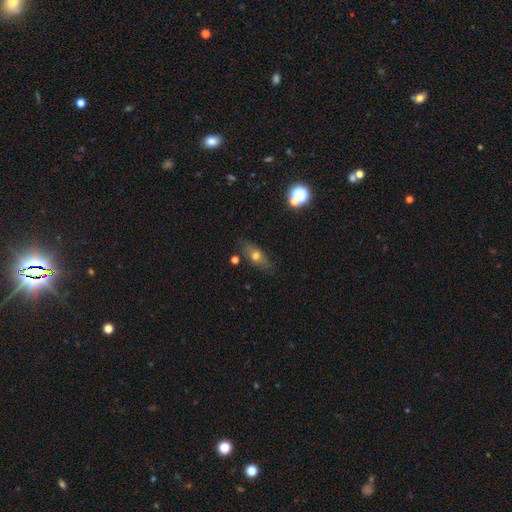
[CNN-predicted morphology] Q: Smooth or featured?
A: smooth (57%); runner-up: featured or disk (31%)
Q: How rounded?
A: in between (69%); runner-up: cigar-shaped (19%)
Q: Merging?
A: none (76%); runner-up: minor disturbance (16%)